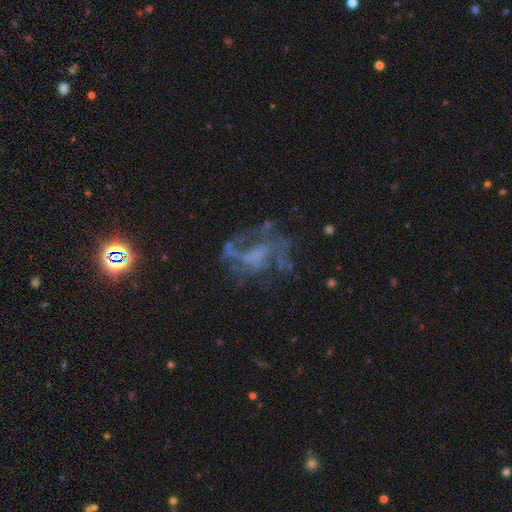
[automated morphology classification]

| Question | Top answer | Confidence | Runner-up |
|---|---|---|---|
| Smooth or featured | featured or disk | 68% | star or artifact (18%) |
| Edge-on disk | no | 97% | yes (3%) |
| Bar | no | 62% | weak (28%) |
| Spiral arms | yes | 56% | no (44%) |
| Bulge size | none | 63% | small (16%) |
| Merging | none | 48% | major disturbance (30%) |